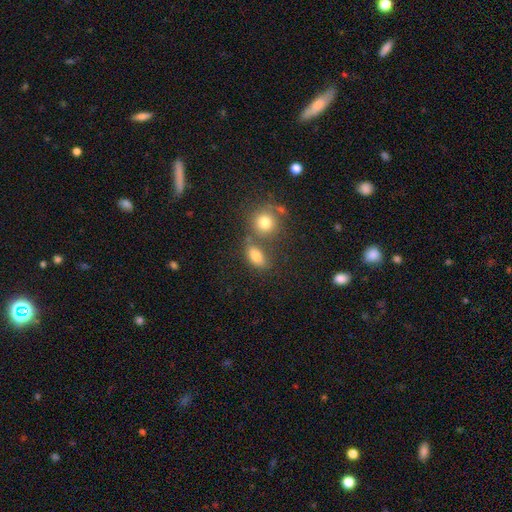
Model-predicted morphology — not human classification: smooth 77%, star or artifact 12%, featured or disk 11%. Down the decision tree: how rounded — in between (76%); merging — none (56%).